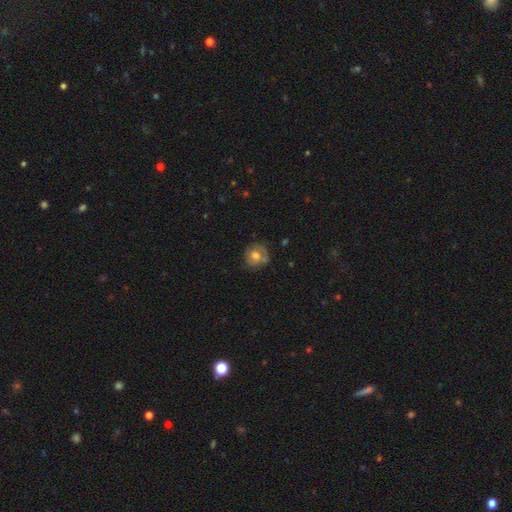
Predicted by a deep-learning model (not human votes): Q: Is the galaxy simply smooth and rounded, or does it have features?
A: smooth — 57%.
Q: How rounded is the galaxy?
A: round — 80%.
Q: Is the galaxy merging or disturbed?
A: none — 64%.